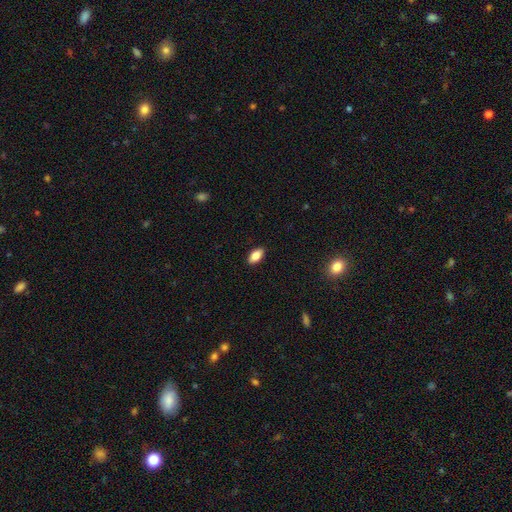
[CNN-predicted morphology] This appears to be a smooth galaxy with no disk features (83%) that is in between round and cigar-shaped (91%). Merging: none (89%).